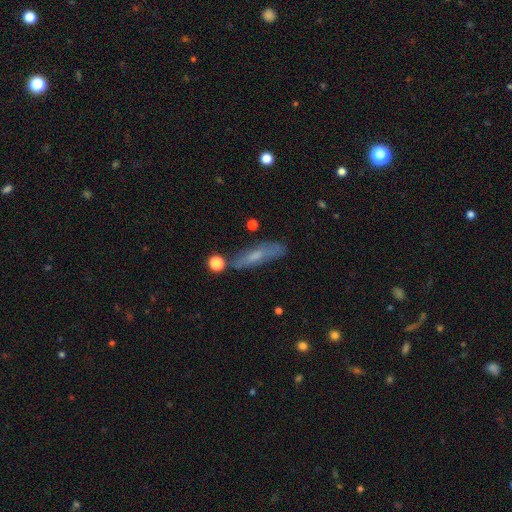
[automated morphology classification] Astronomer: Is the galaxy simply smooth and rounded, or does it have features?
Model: smooth — 49% (runner-up: featured or disk, 40%).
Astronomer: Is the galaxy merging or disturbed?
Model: none — 72%.